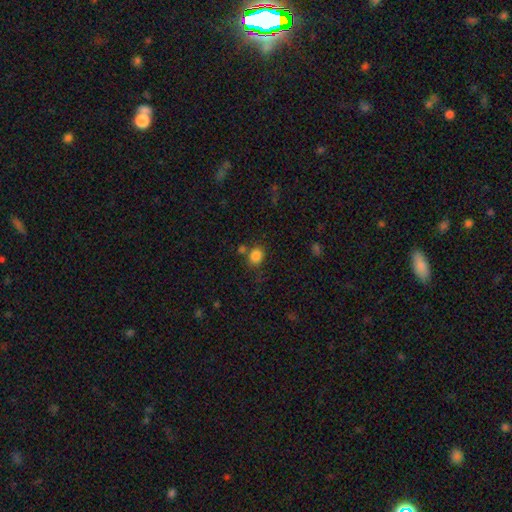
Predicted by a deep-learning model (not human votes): This is clearly a smooth galaxy (84%). How rounded: possibly round (59%). Merging: likely none (69%).